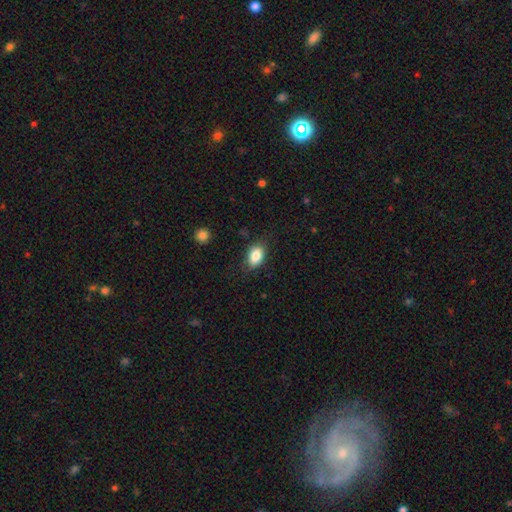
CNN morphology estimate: Smooth or featured? smooth (84%)
How rounded? in between (87%)
Merging? none (80%)